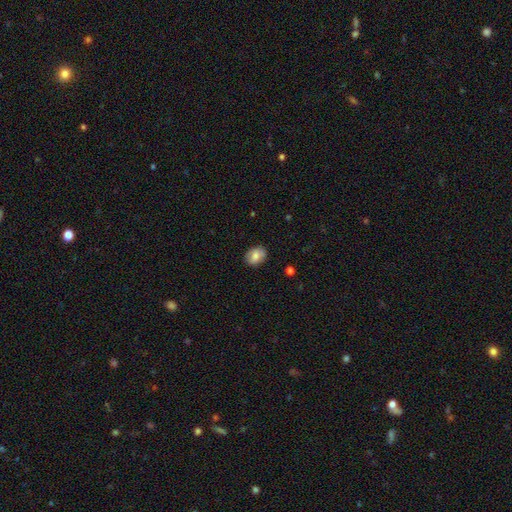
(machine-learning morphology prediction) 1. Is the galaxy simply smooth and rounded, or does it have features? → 77% smooth, 16% featured or disk, 8% star or artifact.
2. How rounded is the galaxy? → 67% in between, 32% round, 1% cigar-shaped.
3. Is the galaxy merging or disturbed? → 85% none, 11% minor disturbance, 3% major disturbance, 1% merger.